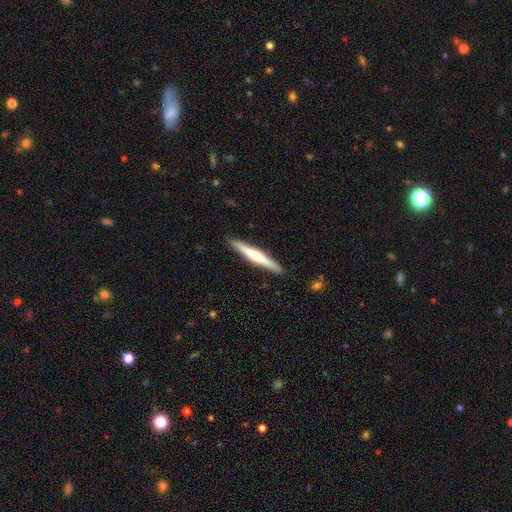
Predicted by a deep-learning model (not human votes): Smooth or featured?
  - featured or disk: 54% *
  - smooth: 41%
  - star or artifact: 5%
Edge-on disk?
  - yes: 97% *
  - no: 3%
Edge-on bulge?
  - rounded: 57% *
  - none: 28%
  - boxy: 15%
Merging?
  - none: 91% *
  - minor disturbance: 7%
  - major disturbance: 1%
  - merger: 1%